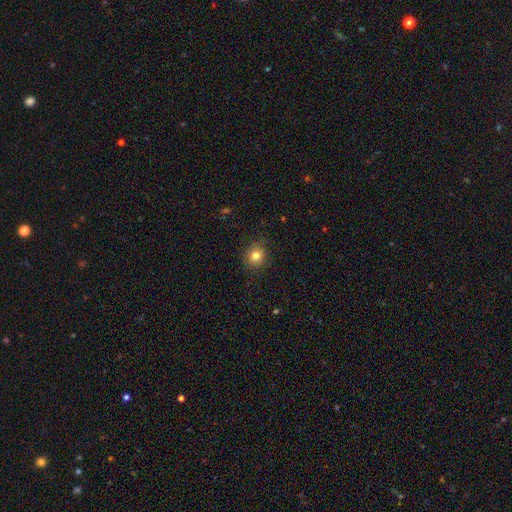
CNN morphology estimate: smooth-or-featured: smooth: 80% | star or artifact: 12% | featured or disk: 8%
  how-rounded: round: 83% | in between: 16% | cigar-shaped: 1%
  merging: none: 87% | minor disturbance: 9% | major disturbance: 2% | merger: 1%